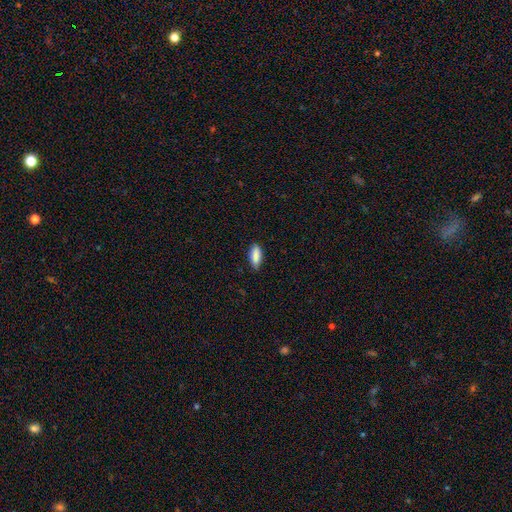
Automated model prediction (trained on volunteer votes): The model was most divided on "how rounded": in between: 82%, cigar-shaped: 16%, round: 2%. More confident: smooth or featured — smooth (89%); merging — none (82%).